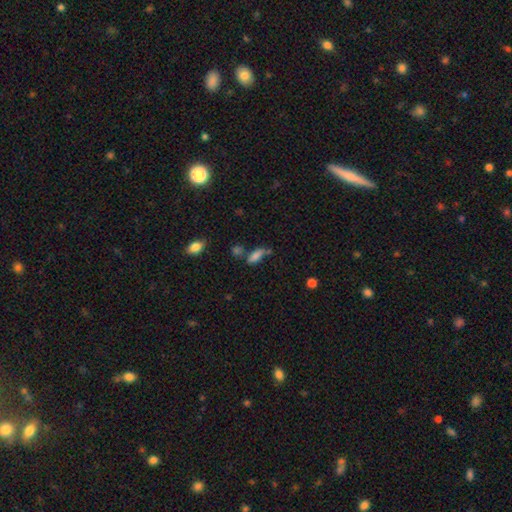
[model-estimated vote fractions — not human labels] Smooth or featured?
  - smooth: 77% *
  - star or artifact: 12%
  - featured or disk: 11%
How rounded?
  - in between: 67% *
  - cigar-shaped: 30%
  - round: 4%
Merging?
  - none: 45% *
  - minor disturbance: 22%
  - merger: 22%
  - major disturbance: 11%